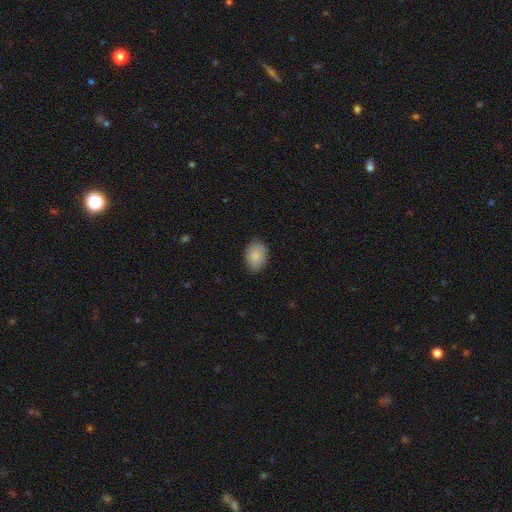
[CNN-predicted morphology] The model was most divided on "how rounded": in between: 75%, round: 24%, cigar-shaped: 1%. More confident: smooth or featured — smooth (87%); merging — none (81%).